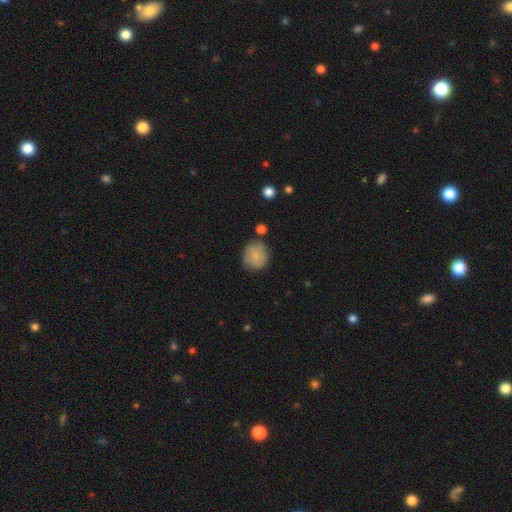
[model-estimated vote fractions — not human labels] Overall: smooth (80%). How rounded: round (88%). Merging: none (73%).